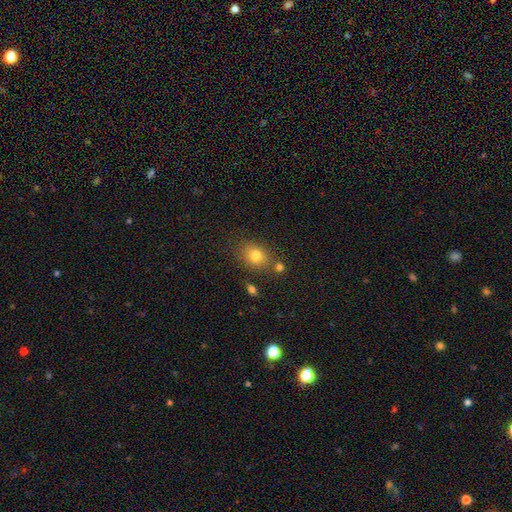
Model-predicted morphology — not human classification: smooth_or_featured: smooth (p=0.79) [alt: star or artifact p=0.12]
how_rounded: round (p=0.49) [tied with: in between p=0.49]
merging: none (p=0.72) [alt: minor disturbance p=0.13]